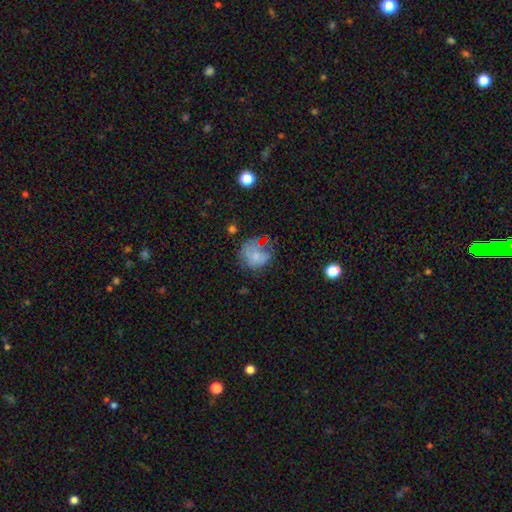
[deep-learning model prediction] Morphology: type=smooth (67%); roundness=round (66%); merging=none (48%).